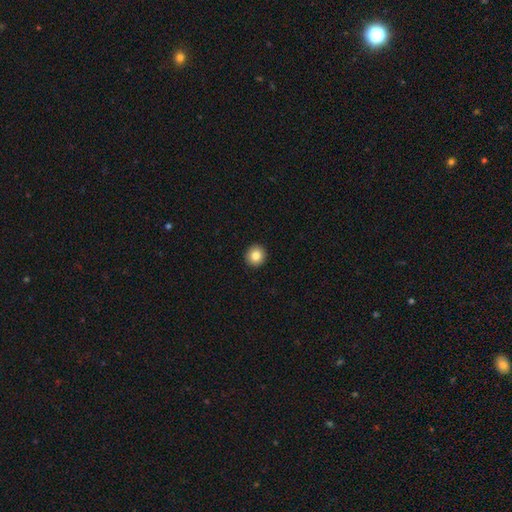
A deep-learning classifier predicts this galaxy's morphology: A smooth galaxy with no disk features (83%) that is round (93%).

Vote fractions:
- Smooth or featured? smooth: 83% / star or artifact: 10% / featured or disk: 8%
- How rounded? round: 93% / in between: 6% / cigar-shaped: 1%
- Merging? none: 93% / minor disturbance: 4% / major disturbance: 1% / merger: 1%